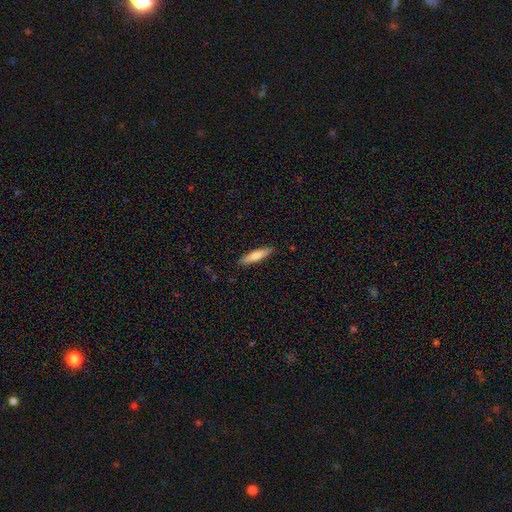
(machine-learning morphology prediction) Overall: smooth (76%). How rounded: cigar-shaped (82%). Merging: none (89%).